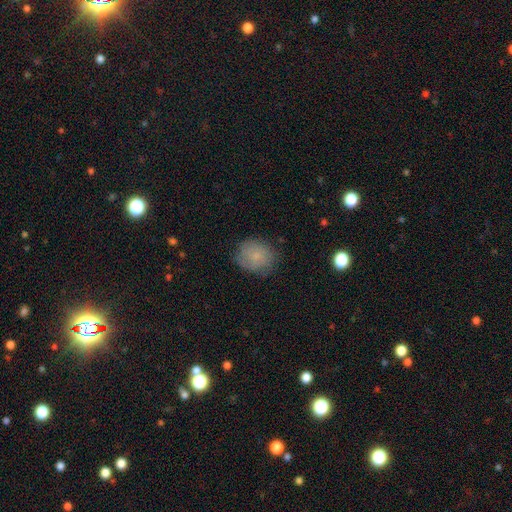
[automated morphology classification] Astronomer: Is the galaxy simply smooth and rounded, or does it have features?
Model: smooth — 72%.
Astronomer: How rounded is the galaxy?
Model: round — 69%.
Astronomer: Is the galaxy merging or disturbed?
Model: none — 74%.